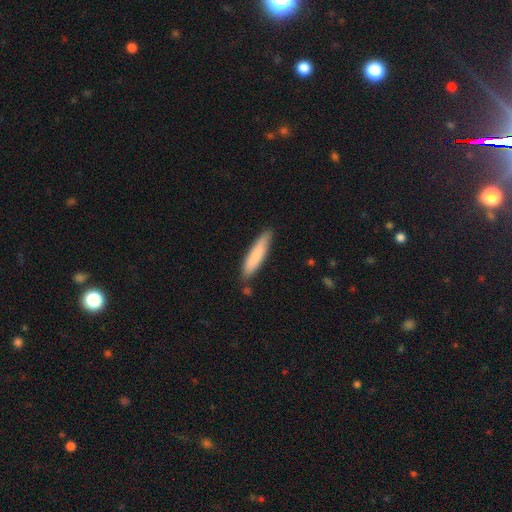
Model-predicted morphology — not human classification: type=smooth (80%); roundness=cigar-shaped (86%); merging=none (80%).